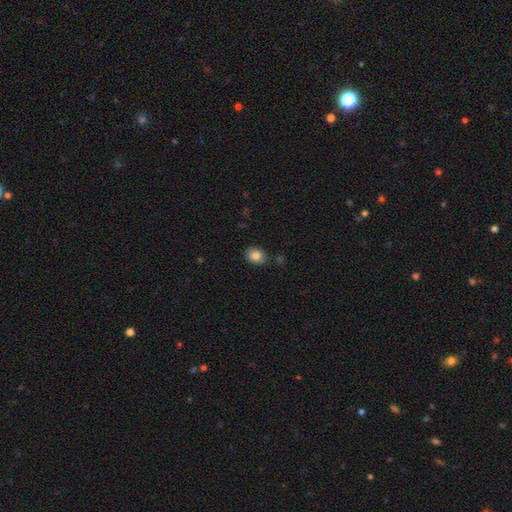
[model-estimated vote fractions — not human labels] This is clearly a smooth galaxy (84%). How rounded: possibly in between (56%). Merging: clearly none (83%).